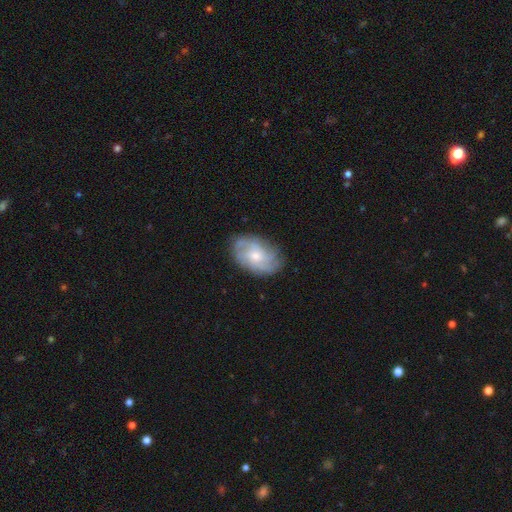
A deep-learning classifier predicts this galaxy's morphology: smooth-or-featured: featured or disk: 71% | smooth: 22% | star or artifact: 7%
  disk-edge-on: no: 96% | yes: 4%
    bar: no: 70% | weak: 26% | strong: 3%
    has-spiral-arms: yes: 90% | no: 10%
      spiral-winding: tight: 45% | medium: 38% | loose: 17%
      spiral-arm-count: can't tell: 38% | 4: 20% | 3: 17% | 2: 11% | more than 4: 9% | 1: 5%
    bulge-size: small: 49% | moderate: 44% | large: 3% | none: 2% | dominant: 1%
  merging: none: 76% | minor disturbance: 17% | major disturbance: 6% | merger: 1%